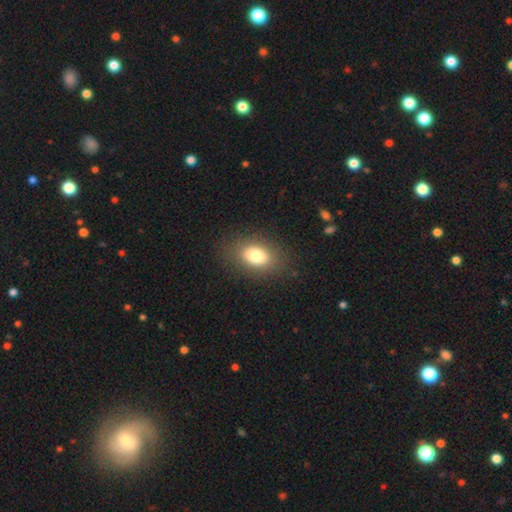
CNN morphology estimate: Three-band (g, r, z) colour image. It shows a smooth galaxy with no disk features (77%) that is in between round and cigar-shaped (78%). Merging: none (84%).